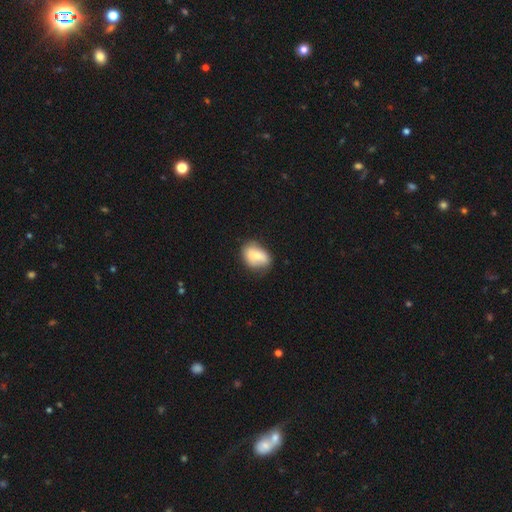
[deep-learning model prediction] smooth 65%, featured or disk 28%, star or artifact 8%. Down the decision tree: how rounded — in between (78%); merging — none (52%).